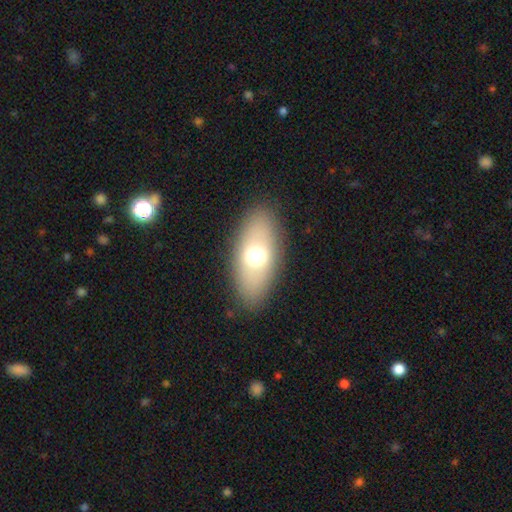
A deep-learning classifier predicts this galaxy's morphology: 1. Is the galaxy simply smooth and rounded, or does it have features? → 62% smooth, 29% featured or disk, 9% star or artifact.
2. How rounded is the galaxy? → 86% in between, 9% cigar-shaped, 5% round.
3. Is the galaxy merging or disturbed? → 87% none, 8% minor disturbance, 3% major disturbance, 1% merger.